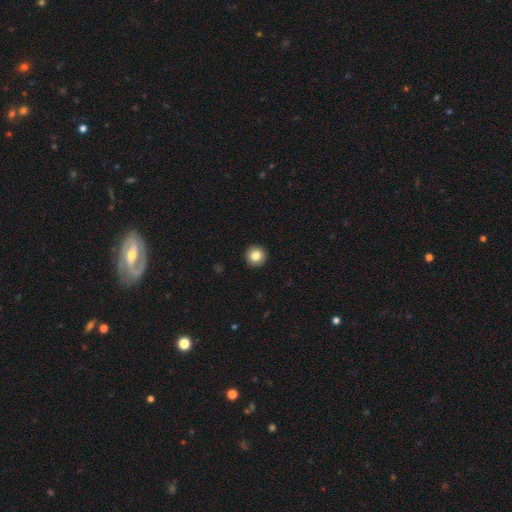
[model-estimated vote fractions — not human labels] The model was most divided on "smooth or featured": smooth: 84%, star or artifact: 10%, featured or disk: 7%. More confident: how rounded — round (96%); merging — none (94%).